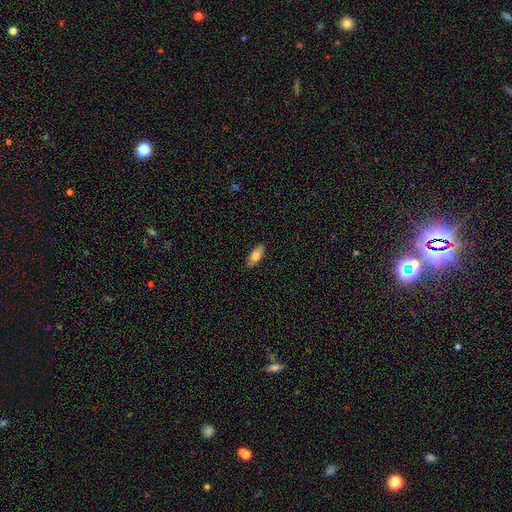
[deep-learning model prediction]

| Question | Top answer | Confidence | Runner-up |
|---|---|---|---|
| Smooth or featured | smooth | 76% | featured or disk (18%) |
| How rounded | in between | 83% | cigar-shaped (15%) |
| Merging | none | 88% | minor disturbance (9%) |